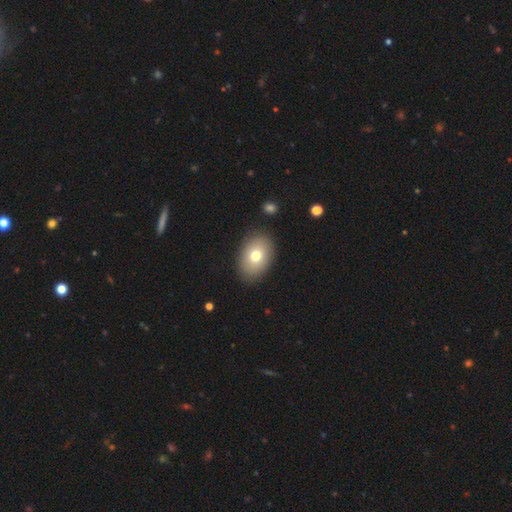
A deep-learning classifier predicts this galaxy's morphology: Smooth or featured?
  - smooth: 74% *
  - featured or disk: 18%
  - star or artifact: 9%
How rounded?
  - in between: 83% *
  - round: 16%
  - cigar-shaped: 1%
Merging?
  - none: 87% *
  - minor disturbance: 9%
  - major disturbance: 3%
  - merger: 1%